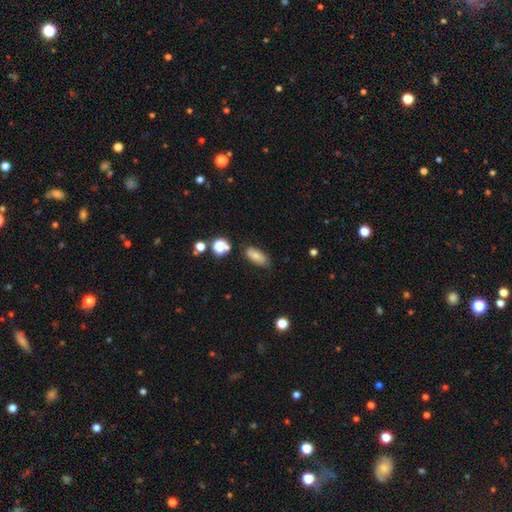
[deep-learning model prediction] Smooth or featured? smooth (76%)
How rounded? in between (84%)
Merging? none (79%)